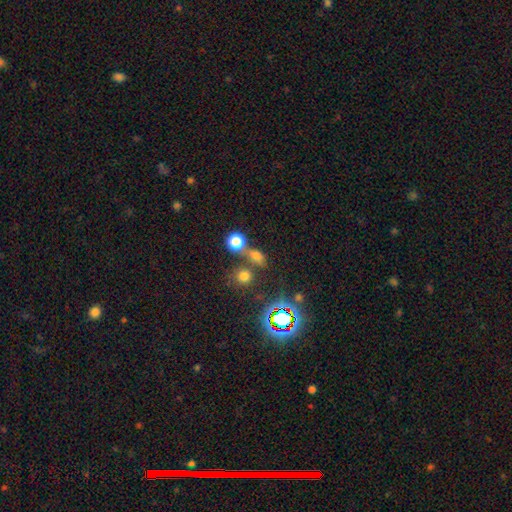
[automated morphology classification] A smooth galaxy with no disk features (63%) that is round (53%). Merging: none (54%).